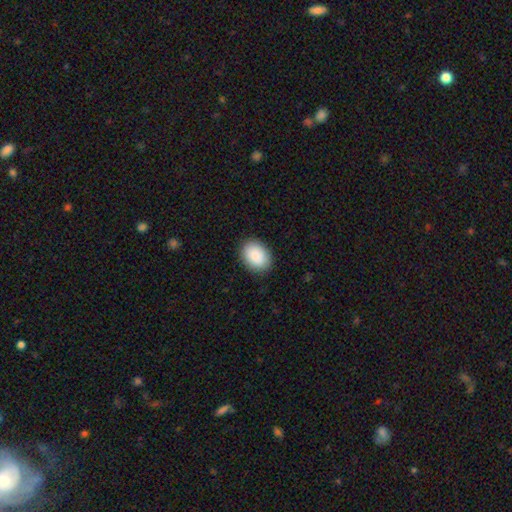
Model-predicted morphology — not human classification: The model was most divided on "how rounded": in between: 74%, round: 25%, cigar-shaped: 1%. More confident: smooth or featured — smooth (91%); merging — none (88%).